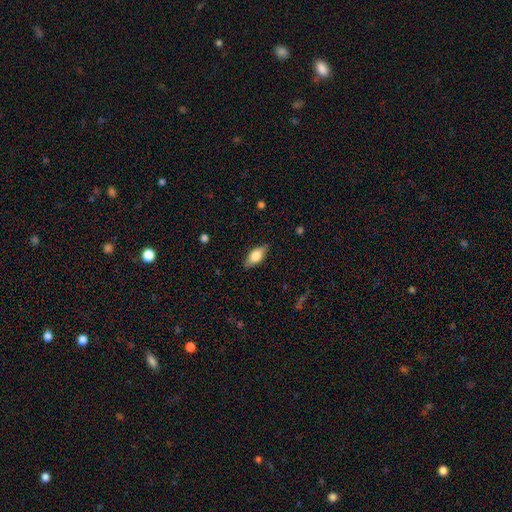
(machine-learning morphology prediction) Smooth or featured? Predicted: smooth (p=0.67). How rounded? Predicted: in between (p=0.83). Merging? Predicted: none (p=0.85).